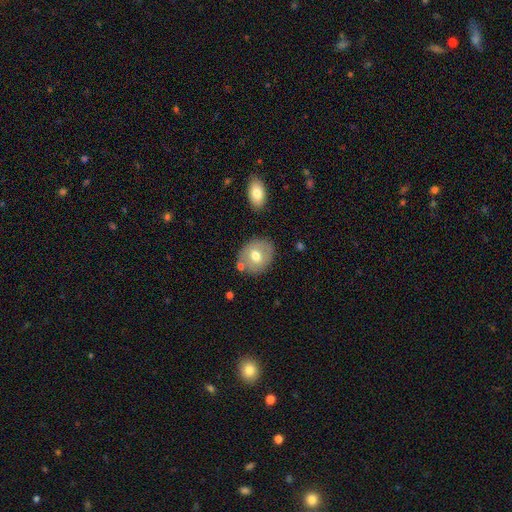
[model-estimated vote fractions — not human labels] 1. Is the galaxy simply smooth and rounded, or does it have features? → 62% smooth, 30% featured or disk, 8% star or artifact.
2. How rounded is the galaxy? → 64% round, 36% in between, 1% cigar-shaped.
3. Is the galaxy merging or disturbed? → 76% none, 13% minor disturbance, 7% merger, 4% major disturbance.